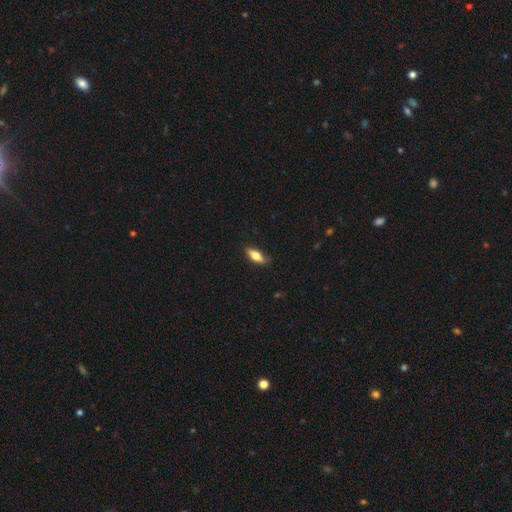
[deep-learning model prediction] smooth_or_featured: smooth (p=0.65) [alt: featured or disk p=0.28]
how_rounded: in between (p=0.63) [alt: cigar-shaped p=0.34]
merging: none (p=0.82) [alt: minor disturbance p=0.14]